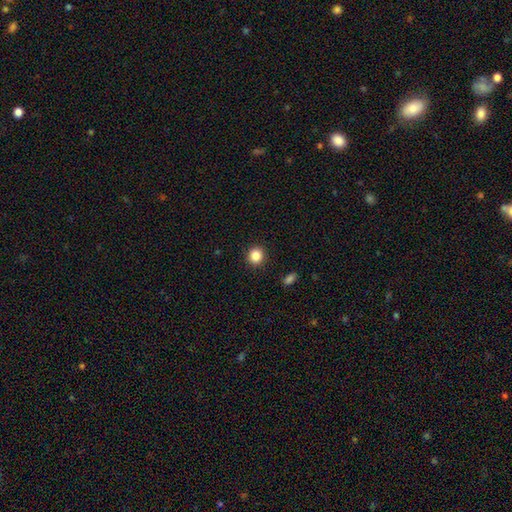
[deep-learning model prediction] Smooth or featured? smooth (86%)
How rounded? round (90%)
Merging? none (91%)